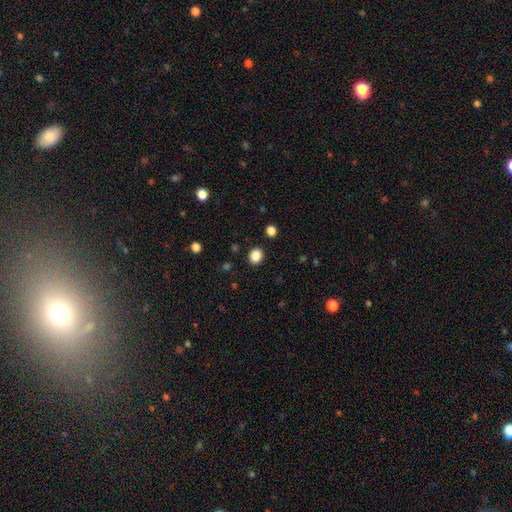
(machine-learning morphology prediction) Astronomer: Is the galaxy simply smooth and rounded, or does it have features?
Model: smooth — 86%.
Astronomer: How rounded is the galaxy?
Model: round — 65%.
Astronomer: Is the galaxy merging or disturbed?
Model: none — 90%.